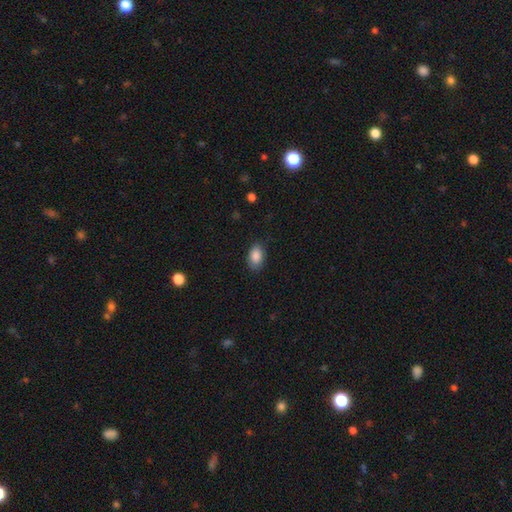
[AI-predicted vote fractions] Smooth or featured? smooth (88%)
How rounded? in between (89%)
Merging? none (82%)